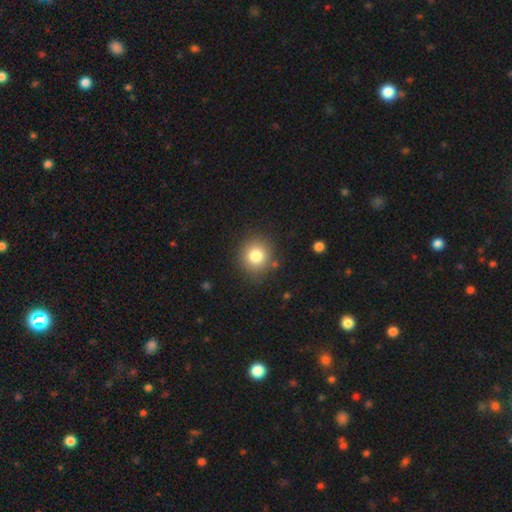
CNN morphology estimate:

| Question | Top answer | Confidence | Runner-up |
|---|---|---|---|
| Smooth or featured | smooth | 80% | star or artifact (11%) |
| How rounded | round | 88% | in between (11%) |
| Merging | none | 86% | minor disturbance (9%) |